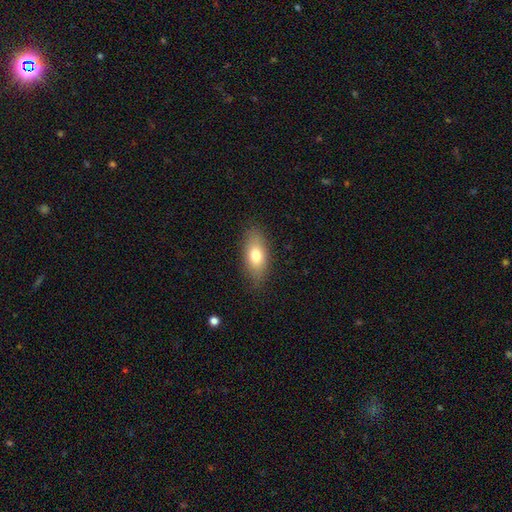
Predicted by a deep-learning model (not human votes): Overall: smooth (74%). How rounded: in between (83%). Merging: none (83%).